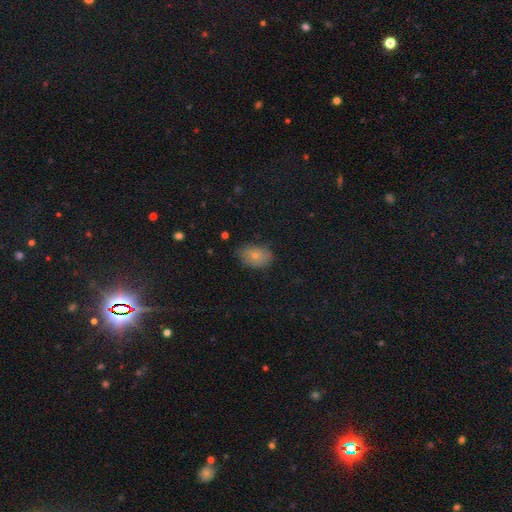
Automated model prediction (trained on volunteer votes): Overall: smooth (78%). How rounded: in between (85%). Merging: none (73%).